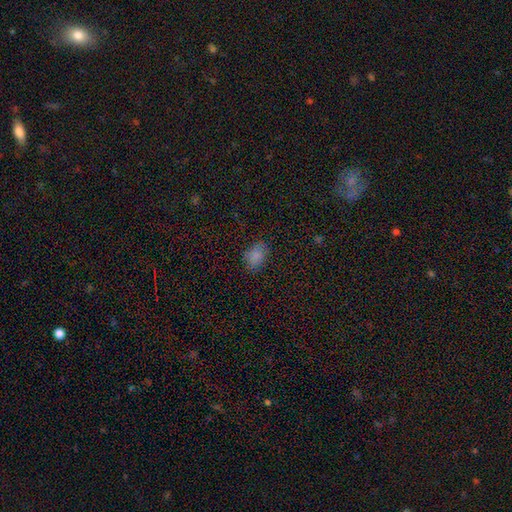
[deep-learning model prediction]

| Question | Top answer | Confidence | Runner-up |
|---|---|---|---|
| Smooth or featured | smooth | 82% | star or artifact (12%) |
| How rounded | in between | 79% | round (20%) |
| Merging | none | 81% | minor disturbance (14%) |